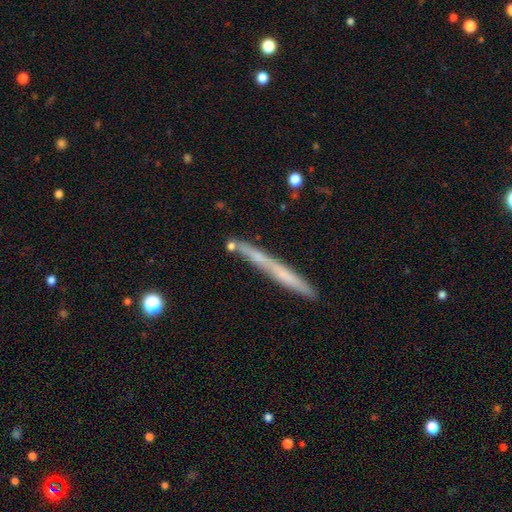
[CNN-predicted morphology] Smooth or featured? smooth (53%)
How rounded? cigar-shaped (91%)
Merging? none (71%)